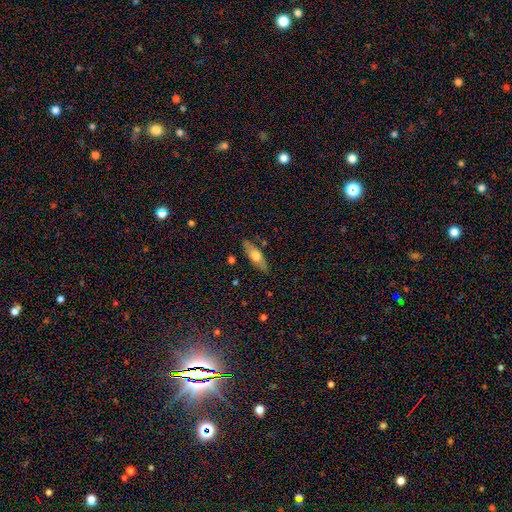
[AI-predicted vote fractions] Morphology: type=smooth (56%); roundness=in between (56%); merging=none (85%).